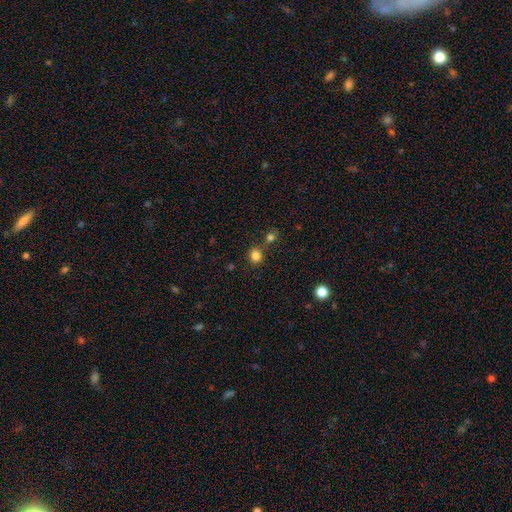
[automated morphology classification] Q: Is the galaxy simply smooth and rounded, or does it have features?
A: smooth — 82%.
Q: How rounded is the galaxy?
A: round — 82%.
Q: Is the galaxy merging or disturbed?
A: none — 72%.